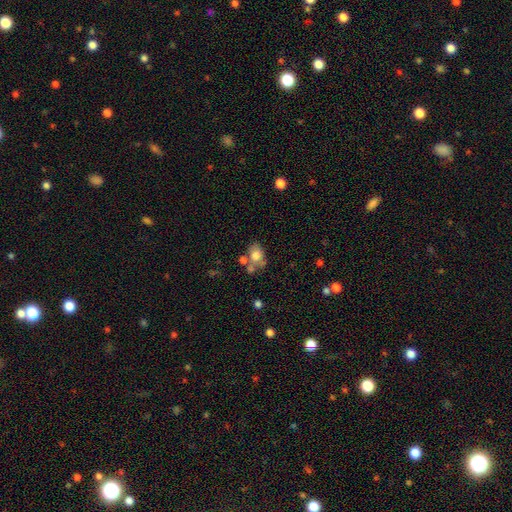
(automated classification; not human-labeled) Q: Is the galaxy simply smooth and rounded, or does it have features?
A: smooth — 71%.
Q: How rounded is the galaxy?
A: in between — 61%.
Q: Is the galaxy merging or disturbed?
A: none — 45%.